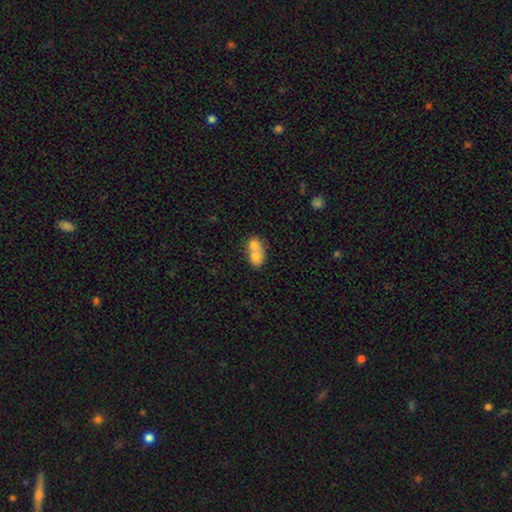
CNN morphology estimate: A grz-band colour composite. It shows a smooth galaxy with no disk features (71%) that is in between round and cigar-shaped (57%). Merging: merger (75%).